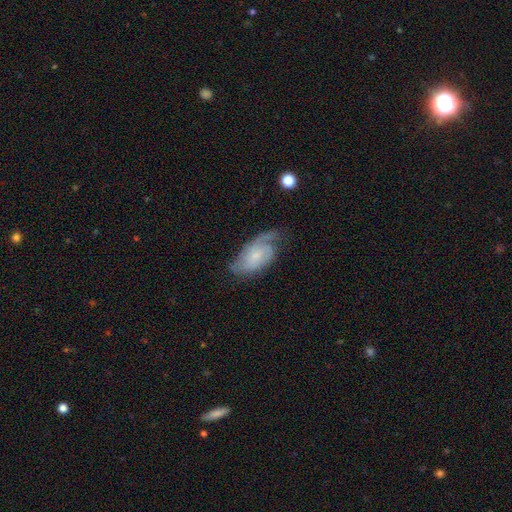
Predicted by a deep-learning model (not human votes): A featured or disk galaxy (70%) with no bar (67%), 2 (46%) medium (42%) spiral arms (91%) and a small central bulge (63%). Merging: none (52%).